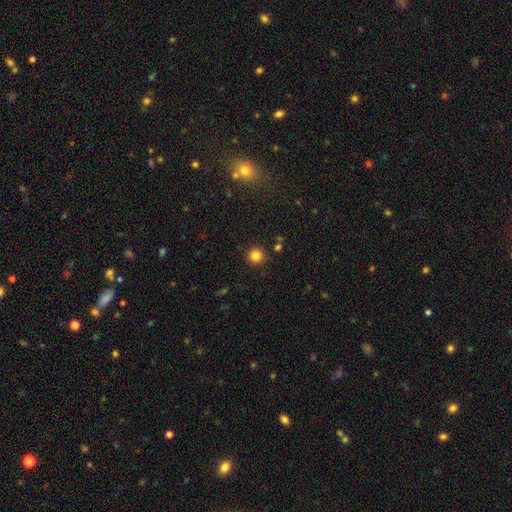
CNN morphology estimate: The model was most divided on "smooth or featured": smooth: 83%, star or artifact: 12%, featured or disk: 5%. More confident: how rounded — round (95%); merging — none (91%).